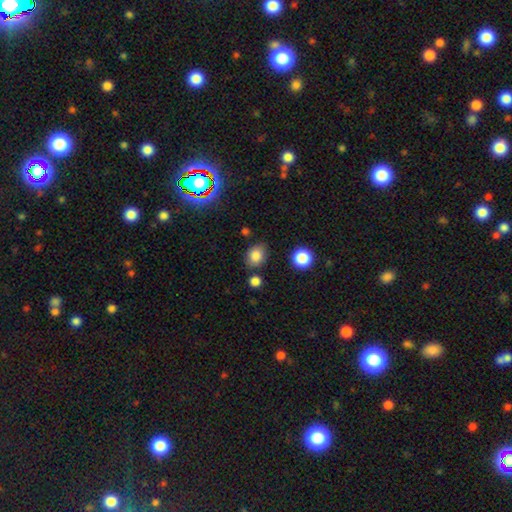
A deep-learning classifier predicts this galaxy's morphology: Overall: smooth (82%). How rounded: in between (58%; round 41%). Merging: none (78%).